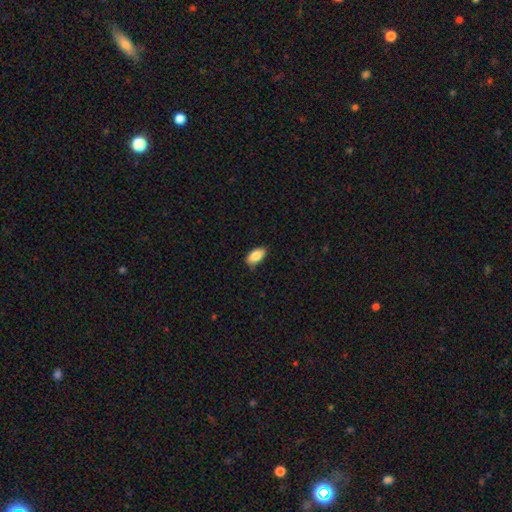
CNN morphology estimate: Smooth or featured? smooth (85%)
How rounded? in between (92%)
Merging? none (79%)